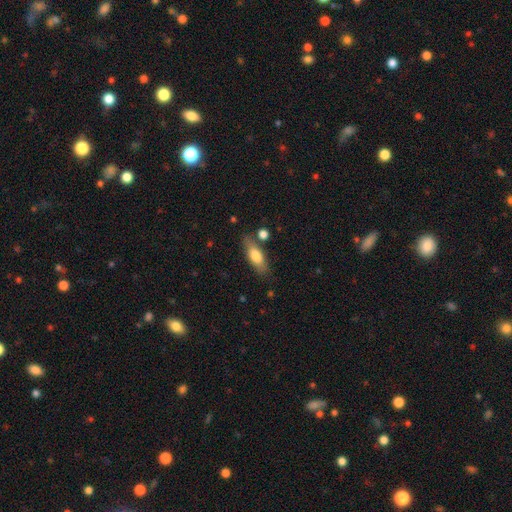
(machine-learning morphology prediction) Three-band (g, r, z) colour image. It shows a smooth galaxy with no disk features (72%) that is in between round and cigar-shaped (64%). Merging: none (75%).